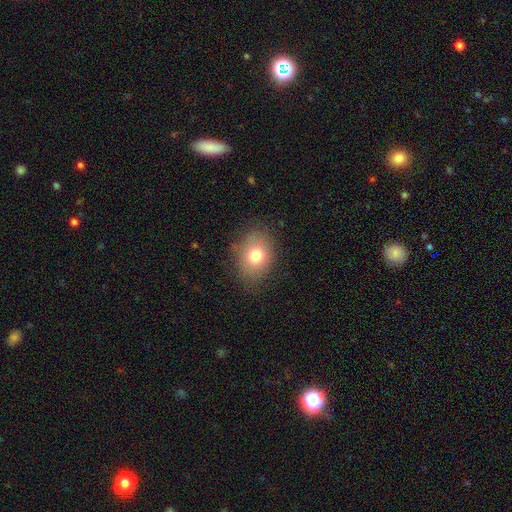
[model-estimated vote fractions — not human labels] Overall: smooth (77%). How rounded: in between (61%; round 38%). Merging: none (80%).